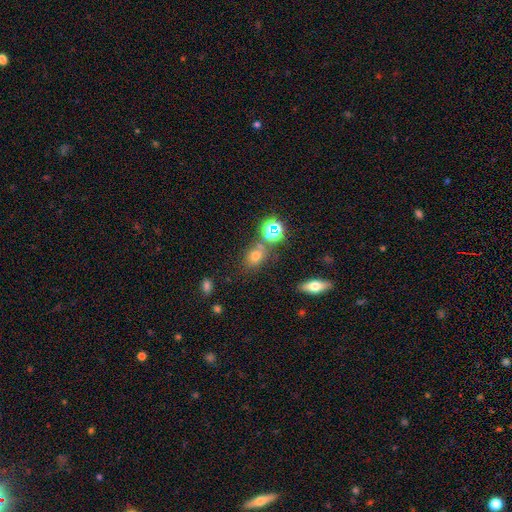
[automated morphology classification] This is likely a smooth galaxy (66%). How rounded: possibly in between (49%, tied with round). Merging: likely none (67%).